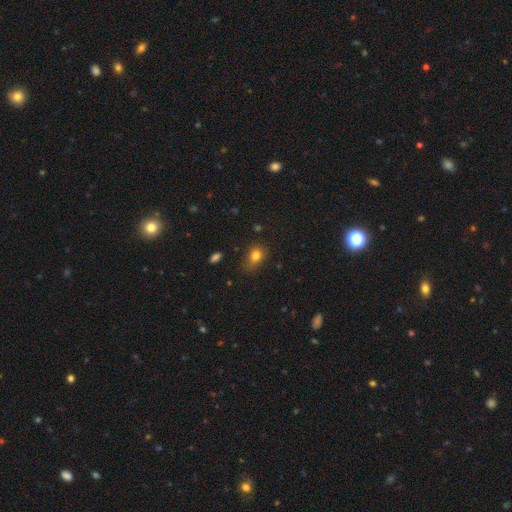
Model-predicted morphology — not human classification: A smooth galaxy with no disk features (80%) that is in between round and cigar-shaped (55%). Merging: none (64%).